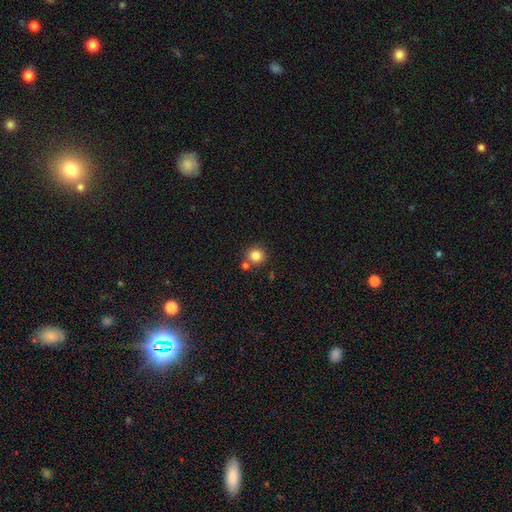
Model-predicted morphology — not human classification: Overall: smooth (84%). How rounded: round (89%). Merging: none (71%).